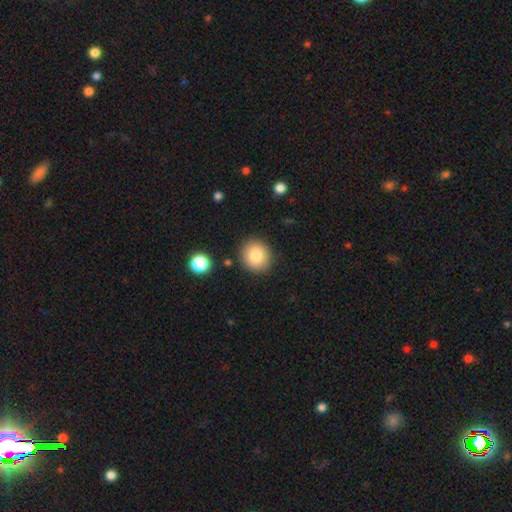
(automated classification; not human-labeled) Overall: smooth (82%). How rounded: round (84%). Merging: none (88%).